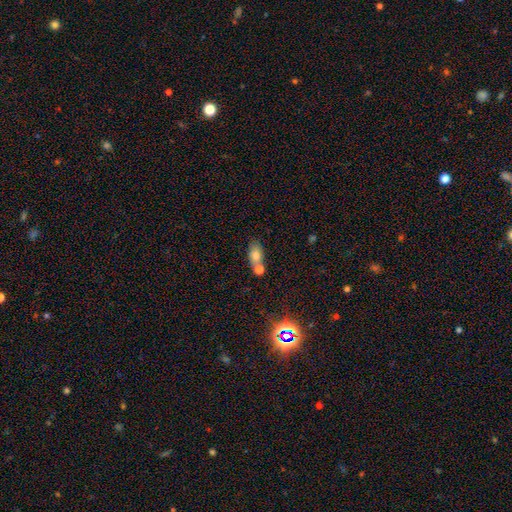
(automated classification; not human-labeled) Smooth or featured: smooth — 76% (featured or disk — 12%)
How rounded: in between — 81% (round — 12%)
Merging: none — 45% (merger — 38%)